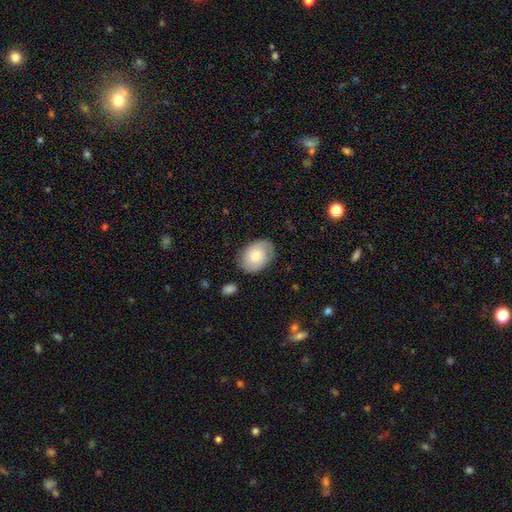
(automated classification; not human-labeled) Smooth or featured? smooth (62%)
How rounded? in between (74%)
Merging? none (77%)